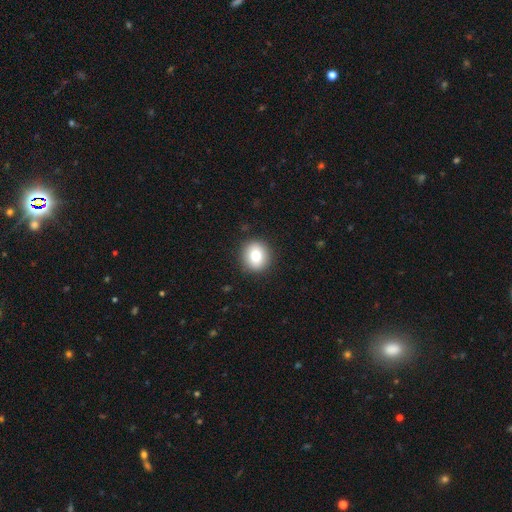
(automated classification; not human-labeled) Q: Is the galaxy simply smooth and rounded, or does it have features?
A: smooth — 80%.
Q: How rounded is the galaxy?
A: round — 85%.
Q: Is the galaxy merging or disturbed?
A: none — 90%.